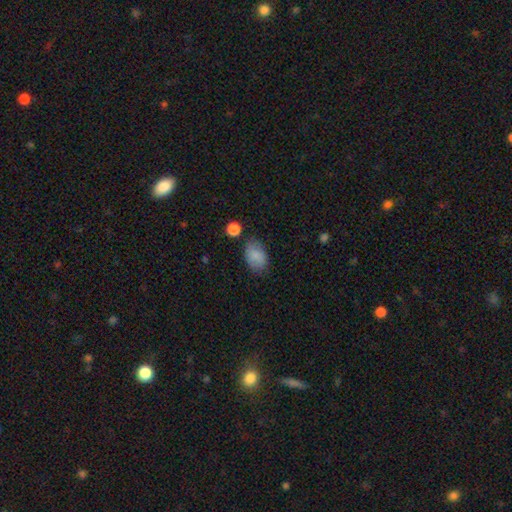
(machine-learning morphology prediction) This appears to be a smooth galaxy with no disk features (84%) that is in between round and cigar-shaped (84%). Merging: none (74%).